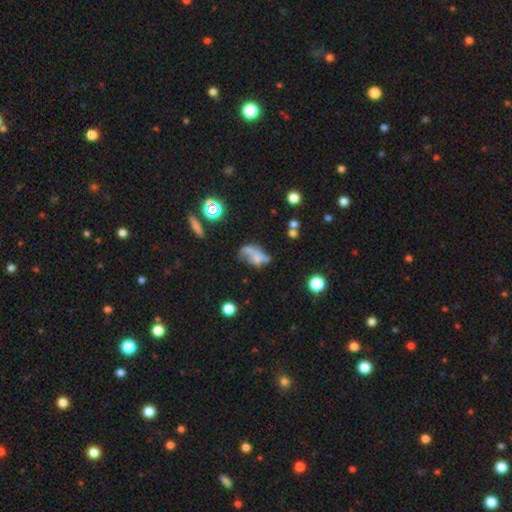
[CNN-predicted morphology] A smooth galaxy with no disk features (41%, tied with featured or disk).

Vote fractions:
- Smooth or featured? smooth: 41% (tied) / featured or disk: 41% (tied) / star or artifact: 18%
- Merging? major disturbance: 33% / none: 26% / merger: 22% / minor disturbance: 19%